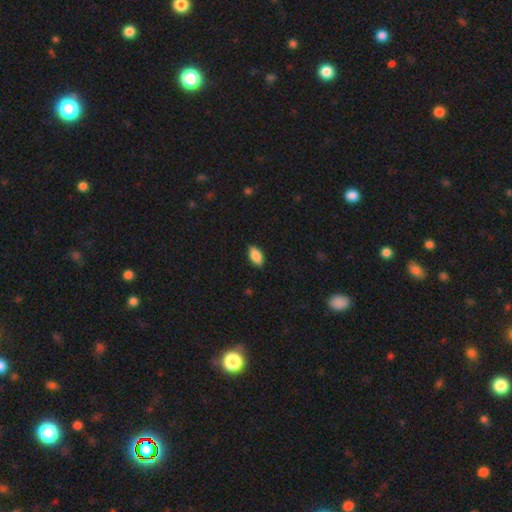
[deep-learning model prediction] Smooth or featured?
  - smooth: 86% *
  - star or artifact: 7%
  - featured or disk: 7%
How rounded?
  - in between: 91% *
  - cigar-shaped: 6%
  - round: 3%
Merging?
  - none: 86% *
  - minor disturbance: 11%
  - major disturbance: 2%
  - merger: 1%